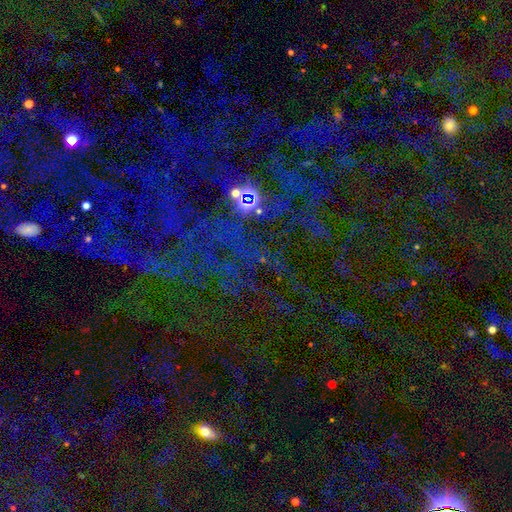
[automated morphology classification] The model was most divided on "smooth or featured": star or artifact: 74%, featured or disk: 13%, smooth: 13%.